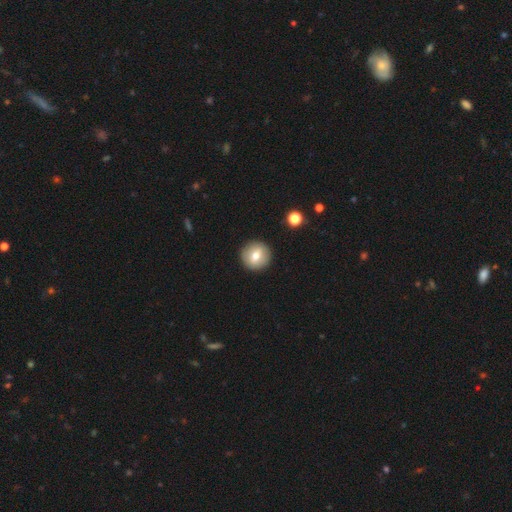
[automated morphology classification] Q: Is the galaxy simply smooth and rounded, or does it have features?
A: smooth — 70%.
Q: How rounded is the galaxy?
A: round — 94%.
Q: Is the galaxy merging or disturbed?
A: none — 91%.